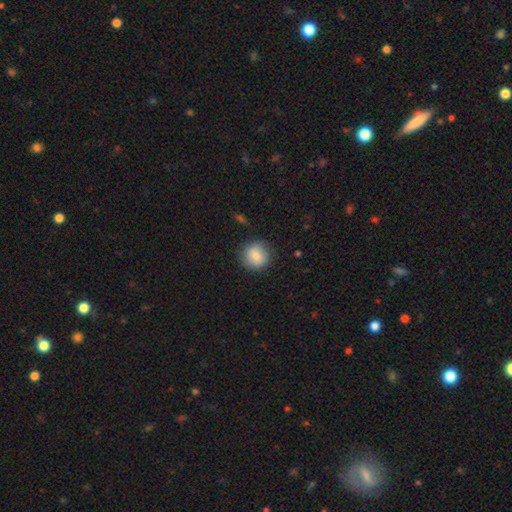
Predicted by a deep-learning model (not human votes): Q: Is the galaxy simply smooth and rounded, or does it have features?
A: smooth — 83%.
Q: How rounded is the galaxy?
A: round — 92%.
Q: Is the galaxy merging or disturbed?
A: none — 86%.